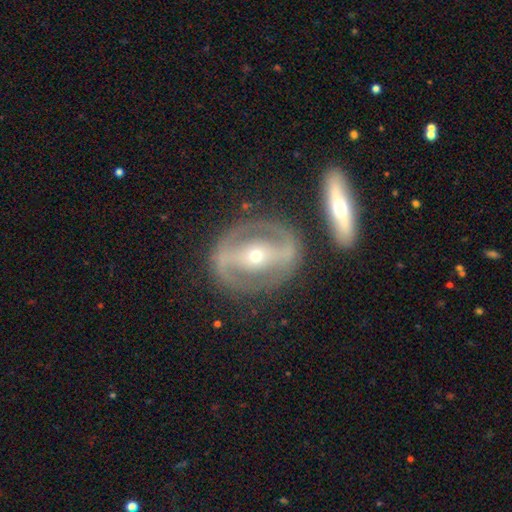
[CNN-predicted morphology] featured or disk 82%, smooth 13%, star or artifact 5%. Down the decision tree: edge-on disk — no (92%); bar — strong (58%); spiral arms — yes (66%); bulge size — small (55%); merging — none (74%).